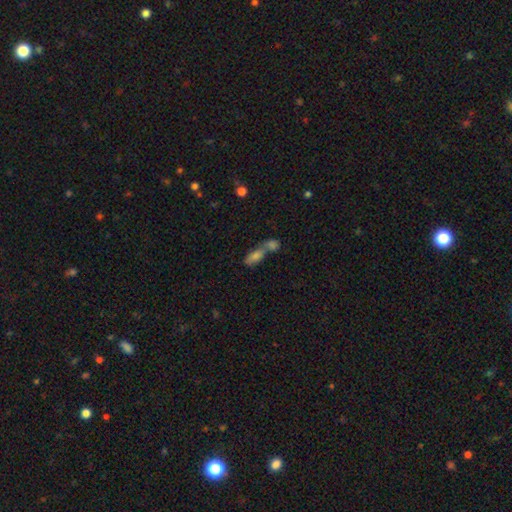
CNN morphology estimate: smooth_or_featured: smooth (p=0.71) [alt: featured or disk p=0.16]
how_rounded: in between (p=0.72) [alt: cigar-shaped p=0.23]
merging: merger (p=0.62) [alt: none p=0.26]